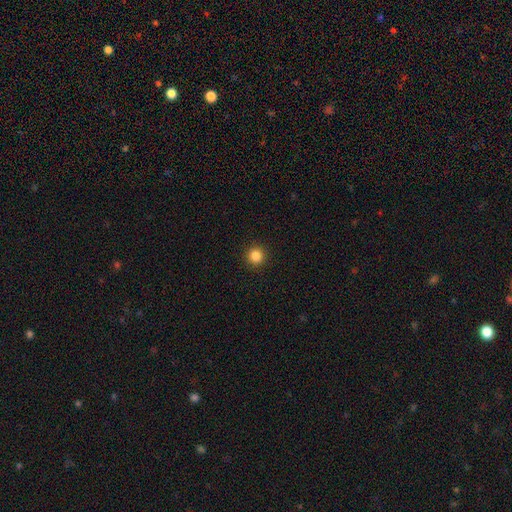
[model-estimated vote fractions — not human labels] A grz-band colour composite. It shows a smooth galaxy with no disk features (85%) that is round (95%). Merging: none (93%).